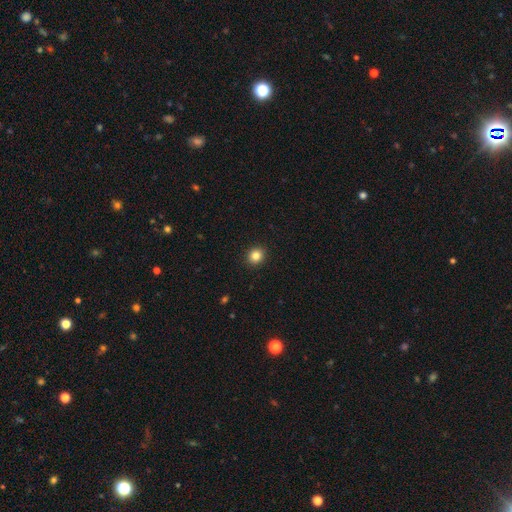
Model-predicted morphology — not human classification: Smooth or featured? Predicted: smooth (p=0.84). How rounded? Predicted: round (p=0.83). Merging? Predicted: none (p=0.92).